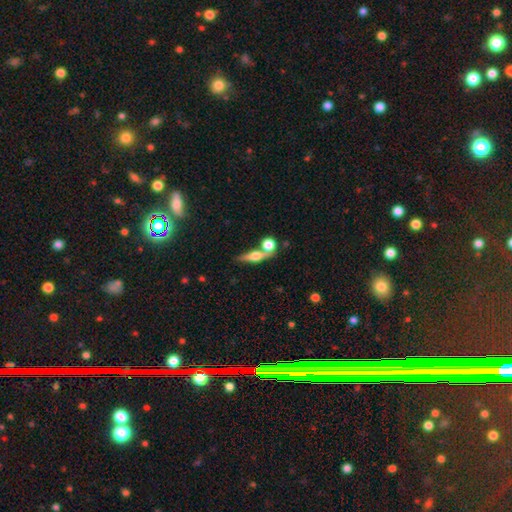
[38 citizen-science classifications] This is likely a featured or disk galaxy (74%). It is clearly viewed edge-on (96%). Edge-on bulge: clearly rounded (96%). Merging: likely none (71%).